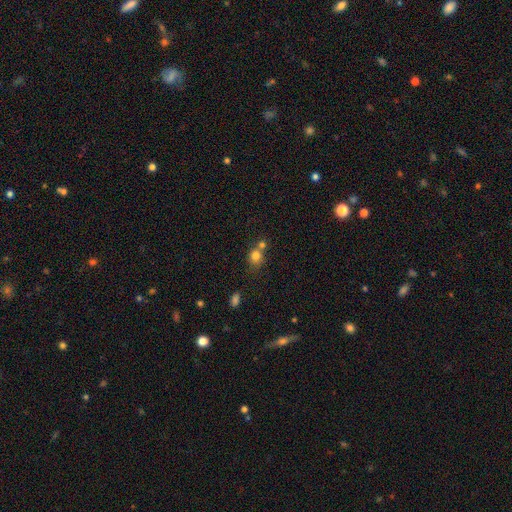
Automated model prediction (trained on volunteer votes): smooth_or_featured: smooth (p=0.79) [alt: star or artifact p=0.12]
how_rounded: round (p=0.73) [alt: in between p=0.25]
merging: none (p=0.46) [alt: merger p=0.40]